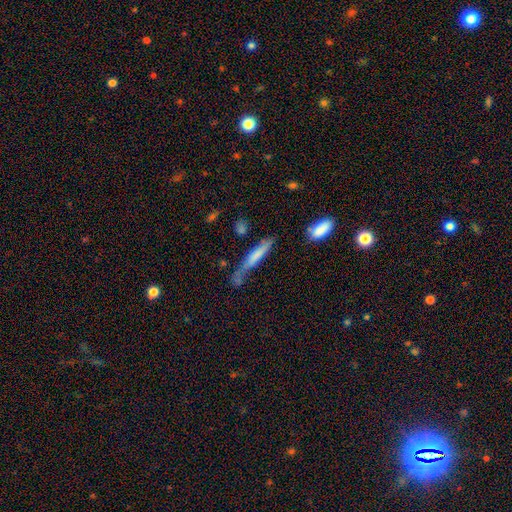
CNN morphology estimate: Smooth or featured?
  - smooth: 64% *
  - featured or disk: 29%
  - star or artifact: 7%
How rounded?
  - cigar-shaped: 88% *
  - in between: 10%
  - round: 2%
Merging?
  - none: 44% *
  - minor disturbance: 28%
  - major disturbance: 17%
  - merger: 12%